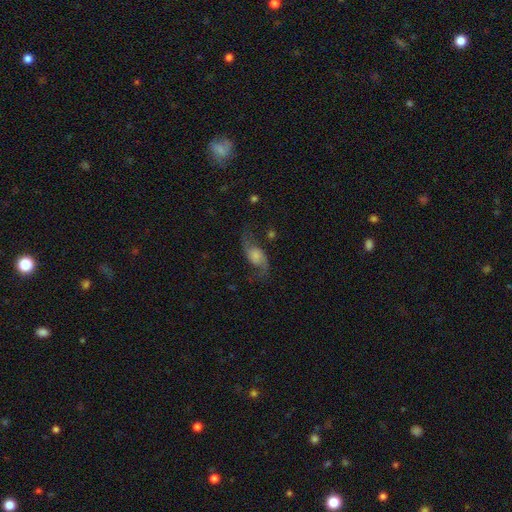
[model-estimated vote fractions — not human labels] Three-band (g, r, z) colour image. It shows a featured or disk galaxy (73%) with no bar (64%), 2 (92%) loose (75%) spiral arms (94%) and a small central bulge (33%). Merging: none (65%).